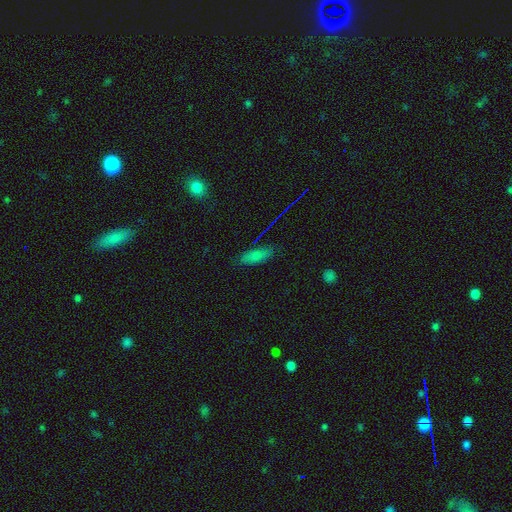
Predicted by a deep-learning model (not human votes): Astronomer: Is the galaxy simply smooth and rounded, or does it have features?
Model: smooth — 75%.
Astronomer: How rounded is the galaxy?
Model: in between — 76%.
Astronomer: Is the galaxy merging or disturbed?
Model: none — 80%.